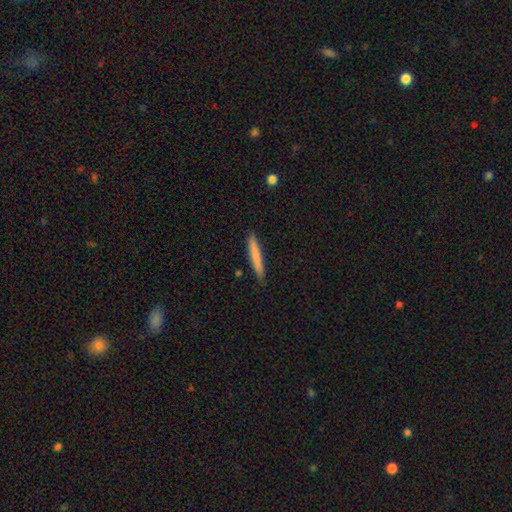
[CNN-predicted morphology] A smooth galaxy with no disk features (75%) that is cigar-shaped (95%).

Vote fractions:
- Smooth or featured? smooth: 75% / featured or disk: 19% / star or artifact: 6%
- How rounded? cigar-shaped: 95% / in between: 3% / round: 1%
- Merging? none: 89% / minor disturbance: 8% / major disturbance: 1% / merger: 1%